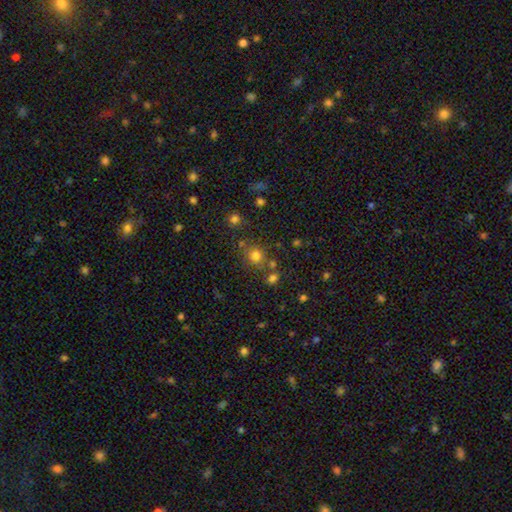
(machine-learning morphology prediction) Q: Smooth or featured?
A: smooth (75%); runner-up: star or artifact (17%)
Q: How rounded?
A: round (83%); runner-up: in between (16%)
Q: Merging?
A: none (70%); runner-up: merger (13%)